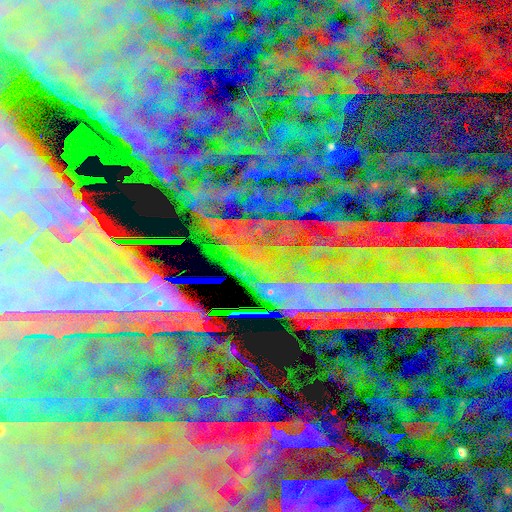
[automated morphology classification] Q: Smooth or featured?
A: star or artifact (88%); runner-up: featured or disk (6%)